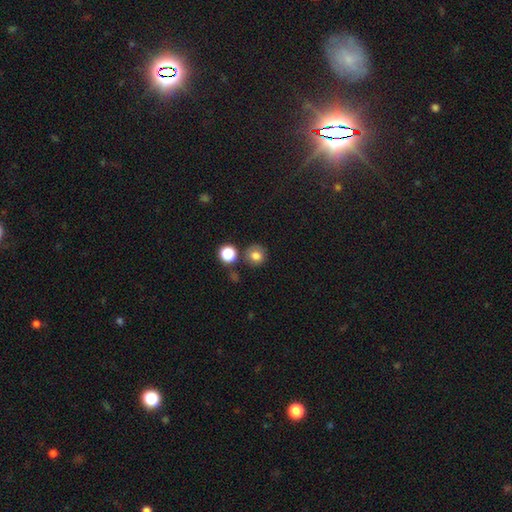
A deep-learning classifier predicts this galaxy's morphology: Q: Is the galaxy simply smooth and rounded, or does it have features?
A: smooth — 79%.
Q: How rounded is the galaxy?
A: round — 86%.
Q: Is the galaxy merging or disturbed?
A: none — 75%.